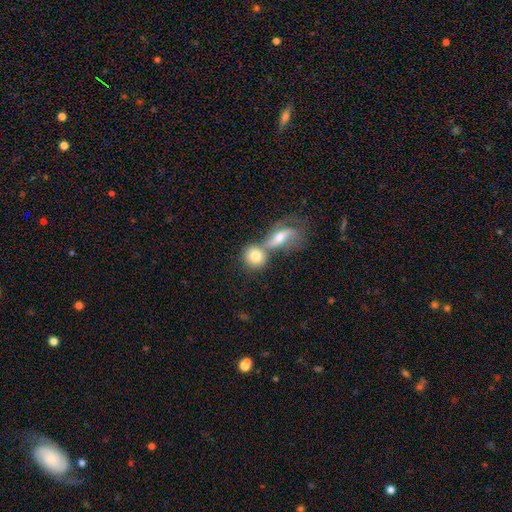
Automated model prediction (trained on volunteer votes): smooth-or-featured: smooth: 76% | featured or disk: 17% | star or artifact: 8%
  how-rounded: round: 74% | in between: 23% | cigar-shaped: 3%
  merging: merger: 51% | none: 36% | minor disturbance: 8% | major disturbance: 5%